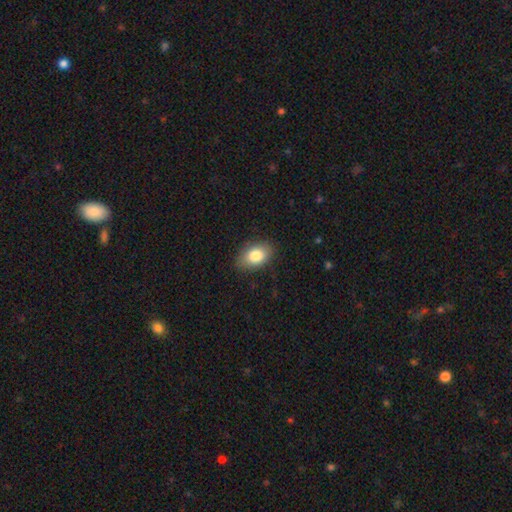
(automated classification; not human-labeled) Q: Smooth or featured?
A: smooth (83%); runner-up: featured or disk (9%)
Q: How rounded?
A: in between (87%); runner-up: round (12%)
Q: Merging?
A: none (85%); runner-up: minor disturbance (11%)